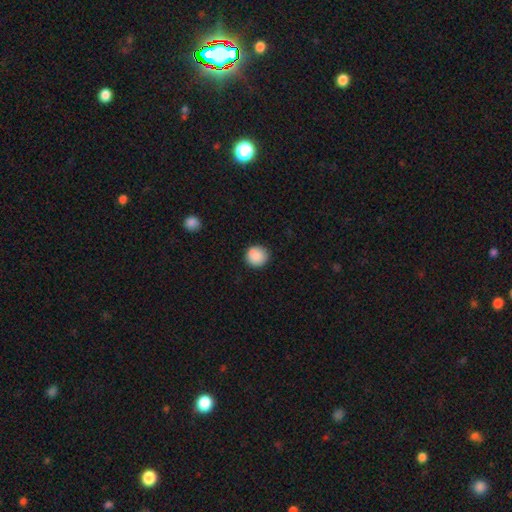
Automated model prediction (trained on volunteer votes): smooth-or-featured: smooth: 88% | star or artifact: 8% | featured or disk: 4%
  how-rounded: round: 92% | in between: 7% | cigar-shaped: 1%
  merging: none: 86% | minor disturbance: 10% | major disturbance: 2% | merger: 2%